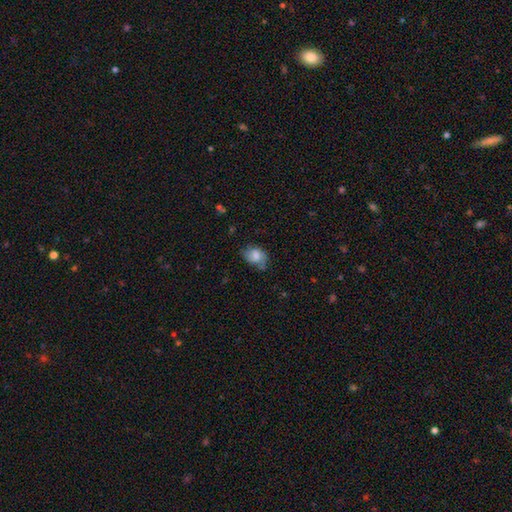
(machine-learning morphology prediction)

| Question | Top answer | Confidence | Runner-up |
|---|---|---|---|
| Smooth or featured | smooth | 70% | featured or disk (21%) |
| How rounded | in between | 72% | round (27%) |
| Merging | none | 54% | minor disturbance (32%) |